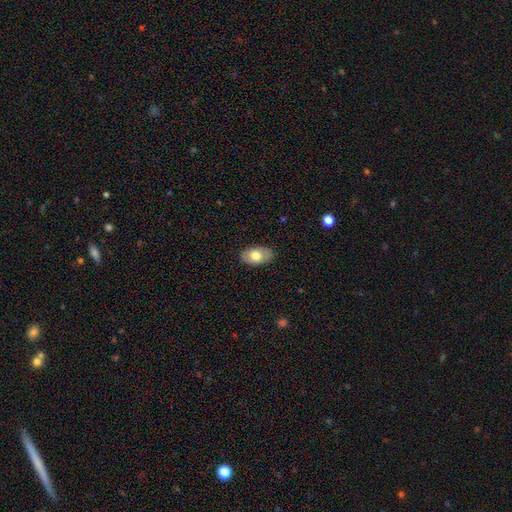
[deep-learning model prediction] This appears to be a smooth galaxy with no disk features (69%) that is in between round and cigar-shaped (92%). Merging: none (85%).